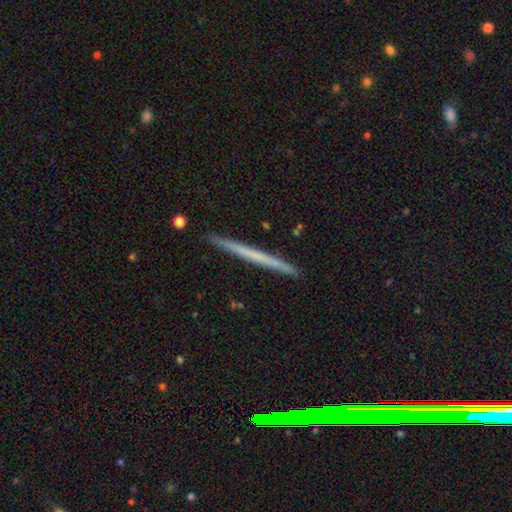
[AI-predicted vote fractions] Overall: featured or disk (49%; smooth 44%). Merging: none (91%).